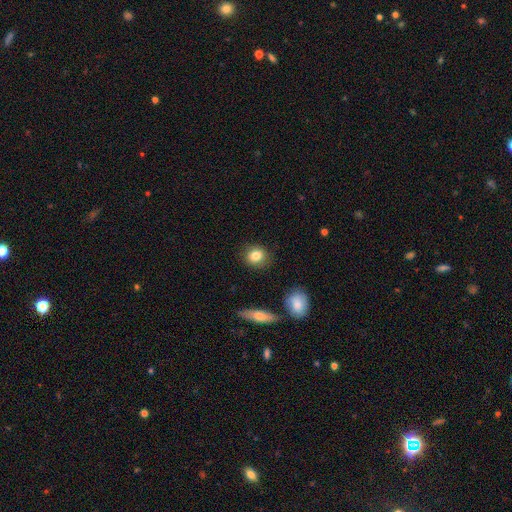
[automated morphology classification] This appears to be a smooth galaxy with no disk features (83%) that is round (78%). Merging: none (87%).